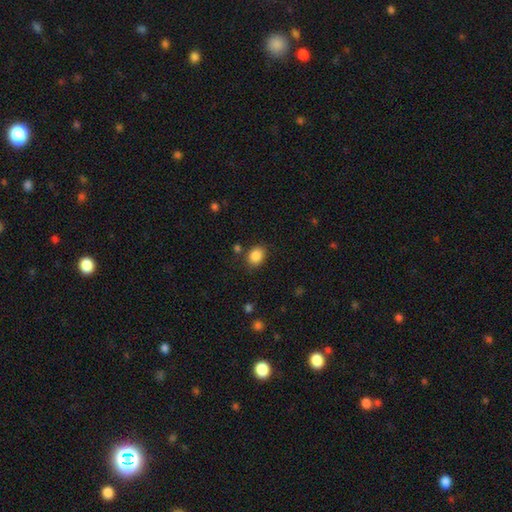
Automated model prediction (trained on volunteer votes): smooth 87%, star or artifact 9%, featured or disk 4%. Down the decision tree: how rounded — in between (52%); merging — none (80%).